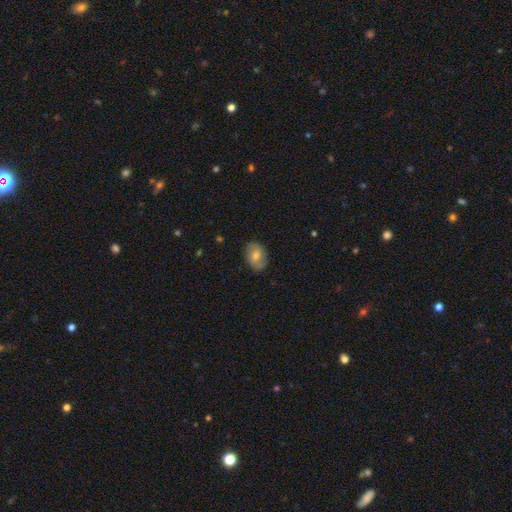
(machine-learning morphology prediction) This is possibly a smooth galaxy (57%). How rounded: likely in between (77%). Merging: clearly none (84%).